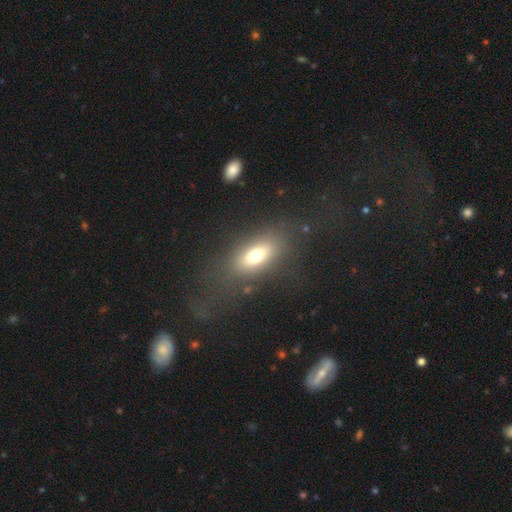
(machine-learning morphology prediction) A smooth galaxy with no disk features (68%) that is in between round and cigar-shaped (80%).

Vote fractions:
- Smooth or featured? smooth: 68% / featured or disk: 20% / star or artifact: 12%
- How rounded? in between: 80% / round: 11% / cigar-shaped: 9%
- Merging? none: 73% / minor disturbance: 12% / major disturbance: 12% / merger: 3%